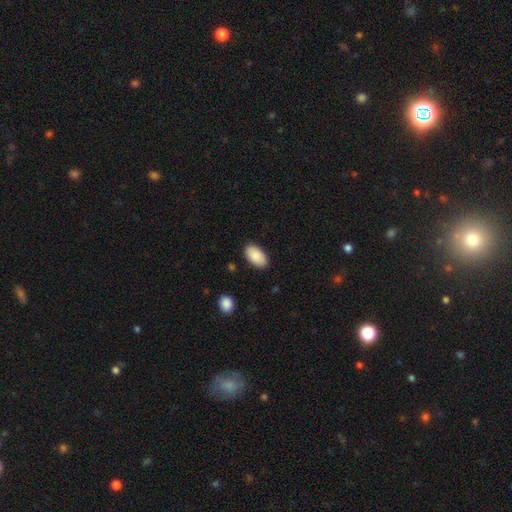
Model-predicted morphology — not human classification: This is clearly a smooth galaxy (89%). How rounded: clearly in between (96%). Merging: clearly none (88%).